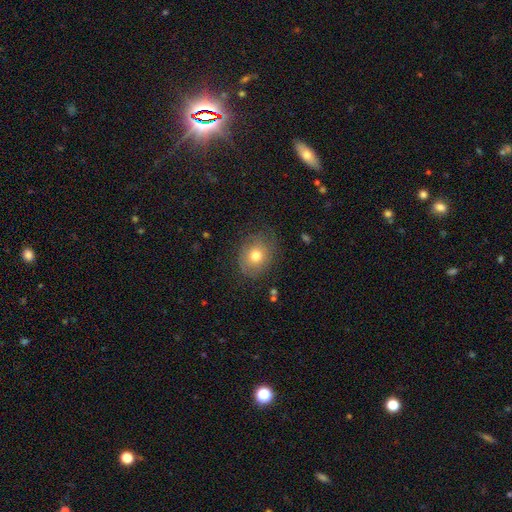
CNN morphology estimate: smooth 73%, featured or disk 17%, star or artifact 10%. Down the decision tree: how rounded — round (57%); merging — none (71%).